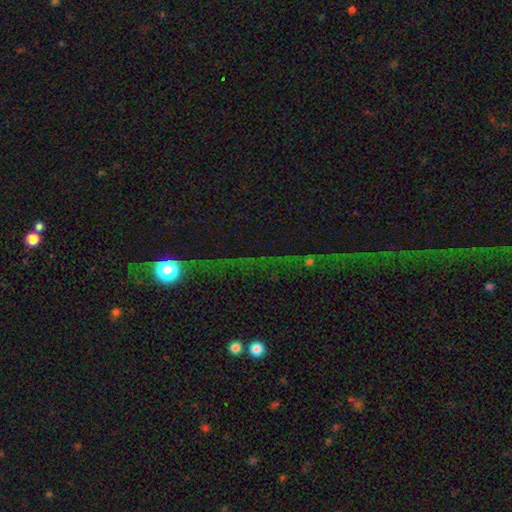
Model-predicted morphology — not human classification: star or artifact 67%, featured or disk 17%, smooth 15%.